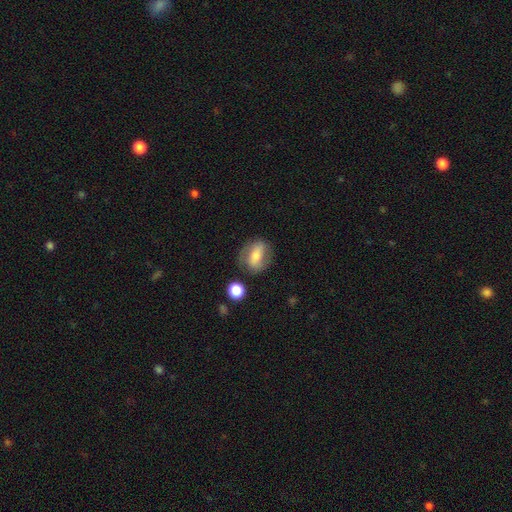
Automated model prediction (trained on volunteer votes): Overall: smooth (51%; featured or disk 41%). How rounded: in between (60%; round 36%). Merging: none (72%).